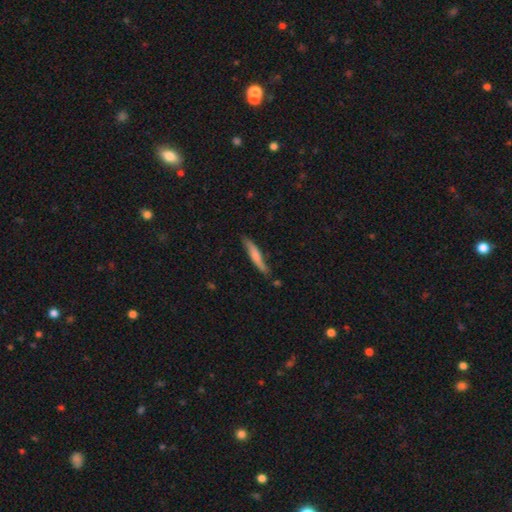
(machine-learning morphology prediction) A smooth galaxy with no disk features (64%) that is cigar-shaped (91%). Merging: none (70%).